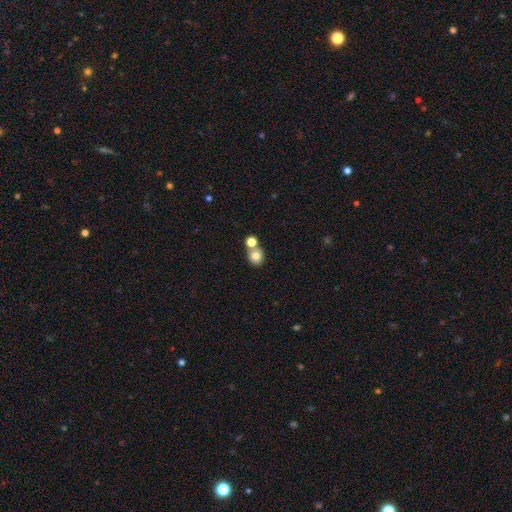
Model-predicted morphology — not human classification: A smooth galaxy with no disk features (79%) that is round (76%).

Vote fractions:
- Smooth or featured? smooth: 79% / star or artifact: 11% / featured or disk: 10%
- How rounded? round: 76% / in between: 23% / cigar-shaped: 1%
- Merging? none: 52% / merger: 38% / minor disturbance: 7% / major disturbance: 3%